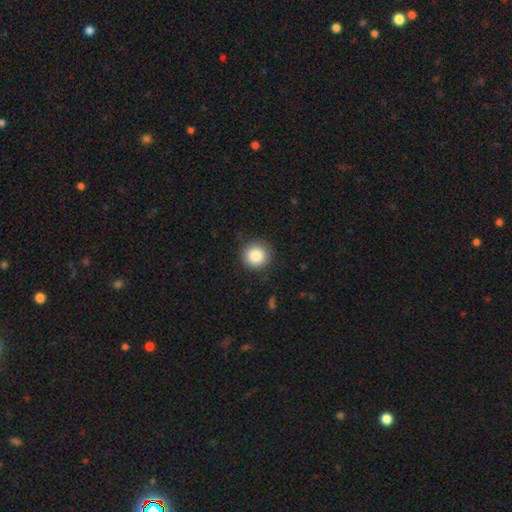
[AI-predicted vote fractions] This appears to be a smooth galaxy with no disk features (86%) that is round (94%). Merging: none (85%).